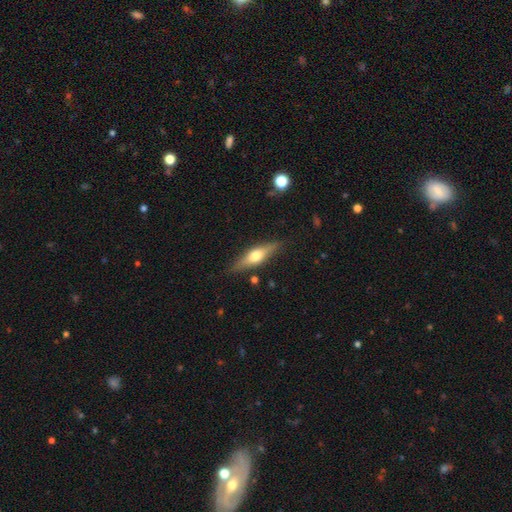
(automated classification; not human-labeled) Smooth or featured? featured or disk (53%)
Edge-on disk? yes (91%)
Merging? none (84%)